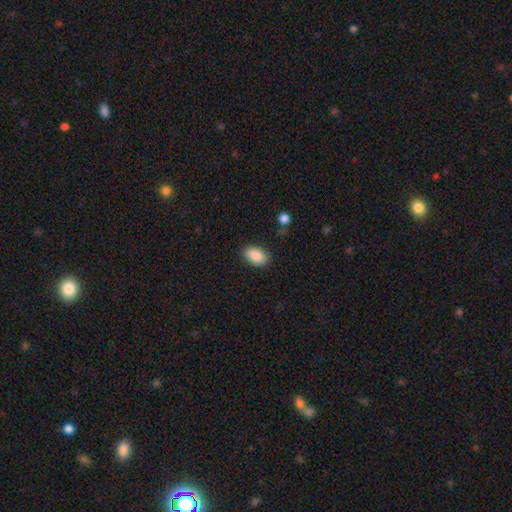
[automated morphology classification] smooth 89%, star or artifact 7%, featured or disk 4%. Down the decision tree: how rounded — in between (91%); merging — none (85%).